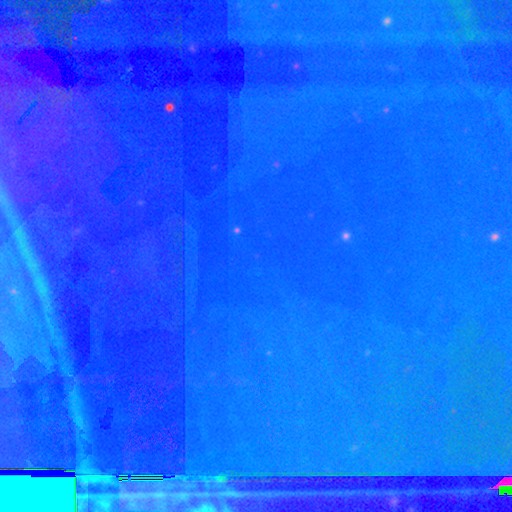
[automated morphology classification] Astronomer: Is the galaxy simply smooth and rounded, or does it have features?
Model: star or artifact — 84%.